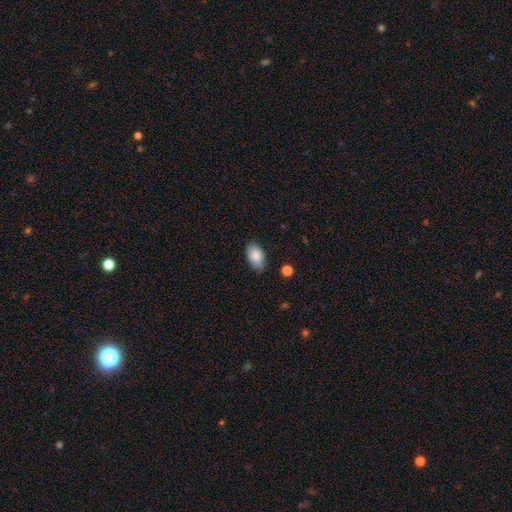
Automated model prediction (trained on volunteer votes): smooth-or-featured: smooth: 87% | star or artifact: 7% | featured or disk: 6%
  how-rounded: in between: 93% | round: 6% | cigar-shaped: 2%
  merging: none: 77% | minor disturbance: 18% | major disturbance: 3% | merger: 2%